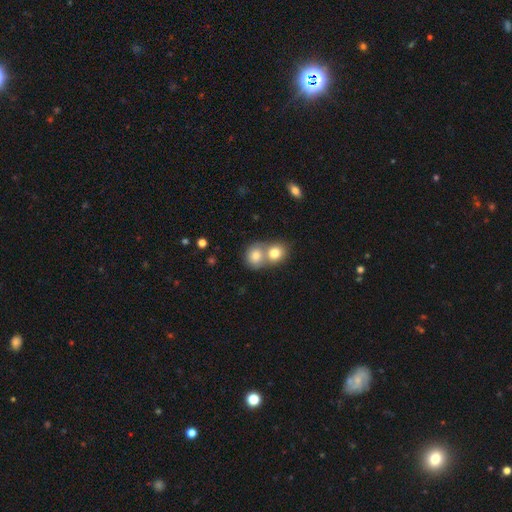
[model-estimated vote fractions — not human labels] Smooth or featured?
  - smooth: 79% *
  - featured or disk: 12%
  - star or artifact: 9%
How rounded?
  - round: 74% *
  - in between: 25%
  - cigar-shaped: 1%
Merging?
  - merger: 63% *
  - none: 29%
  - minor disturbance: 6%
  - major disturbance: 2%